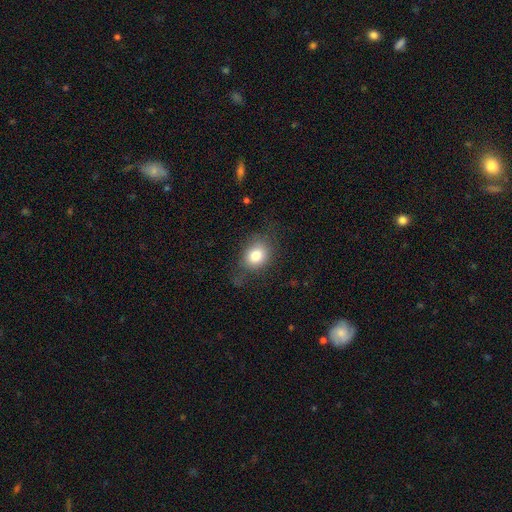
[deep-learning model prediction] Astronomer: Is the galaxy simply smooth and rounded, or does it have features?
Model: smooth — 80%.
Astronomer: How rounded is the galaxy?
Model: round — 52% (runner-up: in between, 47%).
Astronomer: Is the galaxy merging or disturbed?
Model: none — 67%.